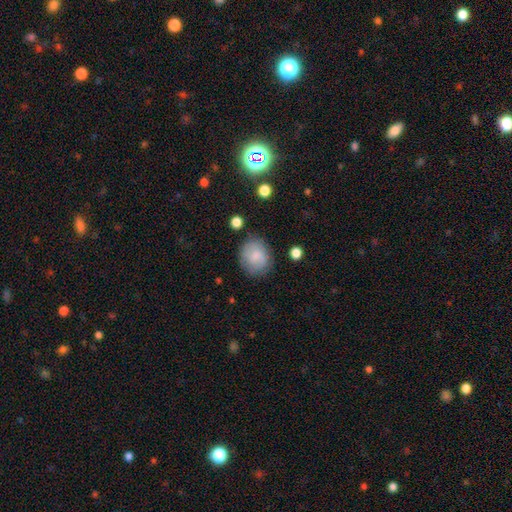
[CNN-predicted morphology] type=smooth (73%); roundness=round (74%); merging=none (78%).